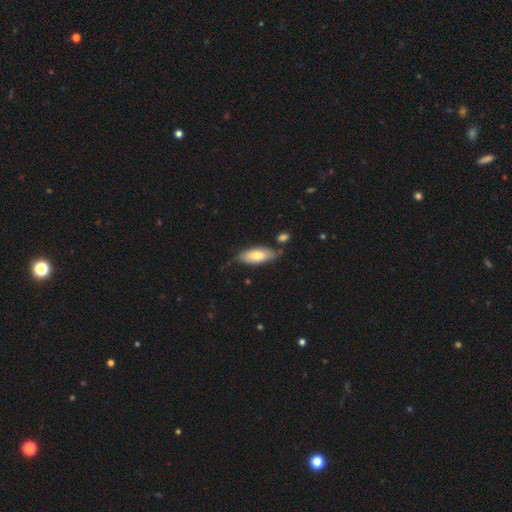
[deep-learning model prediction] Smooth or featured: smooth — 73% (featured or disk — 21%)
How rounded: in between — 76% (cigar-shaped — 22%)
Merging: none — 71% (minor disturbance — 20%)